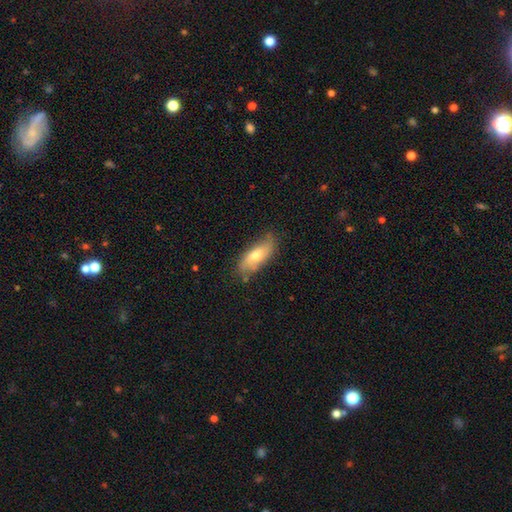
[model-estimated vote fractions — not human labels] The model was most divided on "smooth or featured": smooth: 61%, featured or disk: 32%, star or artifact: 7%. More confident: how rounded — in between (74%); merging — none (72%).